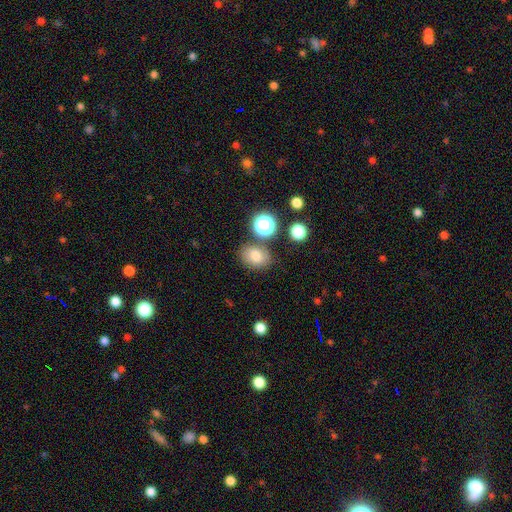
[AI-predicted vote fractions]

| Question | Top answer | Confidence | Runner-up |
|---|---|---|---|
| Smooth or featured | smooth | 76% | star or artifact (14%) |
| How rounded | in between | 63% | round (36%) |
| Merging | none | 74% | minor disturbance (13%) |